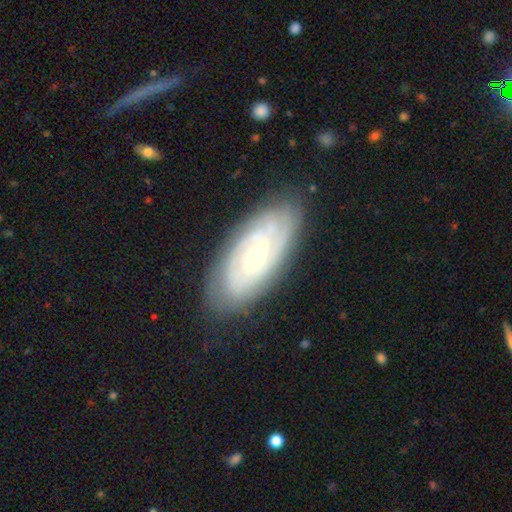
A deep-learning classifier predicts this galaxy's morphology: A featured or disk galaxy (82%) with no bar (71%), tight (78%) spiral arms (94%) and a small central bulge (75%).

Vote fractions:
- Smooth or featured? featured or disk: 82% / smooth: 12% / star or artifact: 6%
- Edge-on disk? no: 93% / yes: 7%
- Bar? no: 71% / weak: 23% / strong: 6%
- Spiral arms? yes: 94% / no: 6%
- Spiral winding? tight: 78% / medium: 19% / loose: 4%
- Spiral arm count? can't tell: 35% / 2: 25% / 3: 18% / 4: 12% / more than 4: 5% / 1: 5%
- Bulge size? small: 75% / moderate: 22% / none: 1% / large: 1% / dominant: 1%
- Merging? none: 82% / minor disturbance: 14% / major disturbance: 3% / merger: 1%